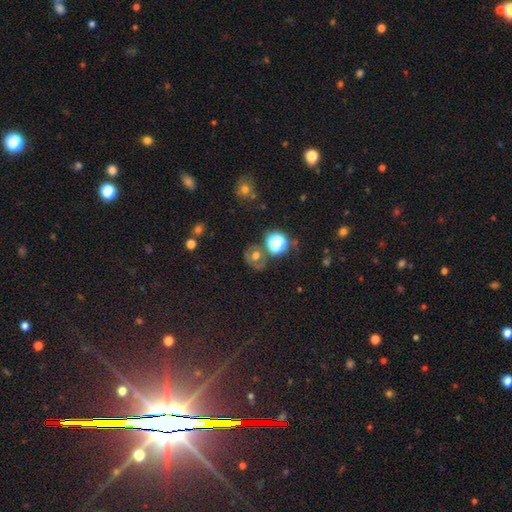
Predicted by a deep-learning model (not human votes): A smooth galaxy with no disk features (50%) that is round (70%).

Vote fractions:
- Smooth or featured? smooth: 50% / featured or disk: 25% / star or artifact: 25%
- How rounded? round: 70% / in between: 29% / cigar-shaped: 1%
- Merging? none: 67% / minor disturbance: 16% / merger: 10% / major disturbance: 8%